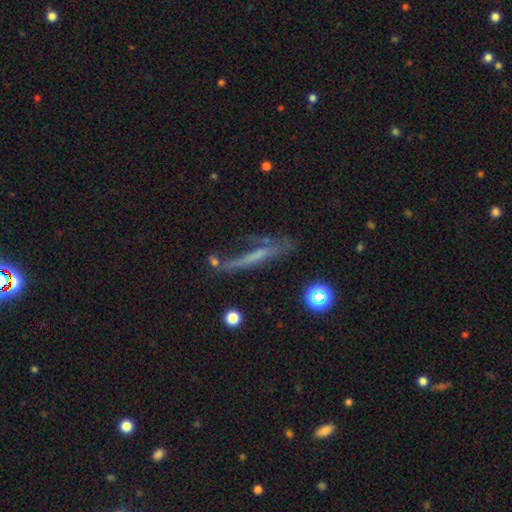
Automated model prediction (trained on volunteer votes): The model was most divided on "smooth or featured": featured or disk: 50%, smooth: 37%, star or artifact: 14%. Remaining: merging — none (48%).